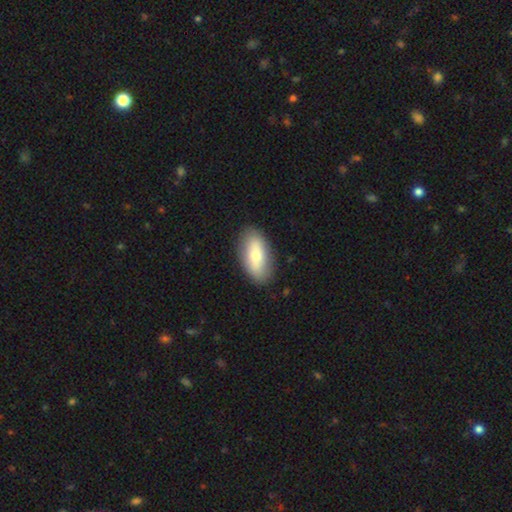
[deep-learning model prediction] Overall: smooth (72%). How rounded: in between (89%). Merging: none (85%).